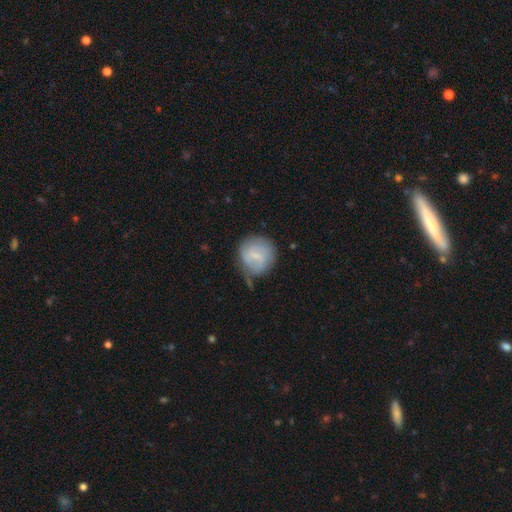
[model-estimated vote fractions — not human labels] Smooth or featured? smooth (53%)
How rounded? round (85%)
Merging? none (53%)